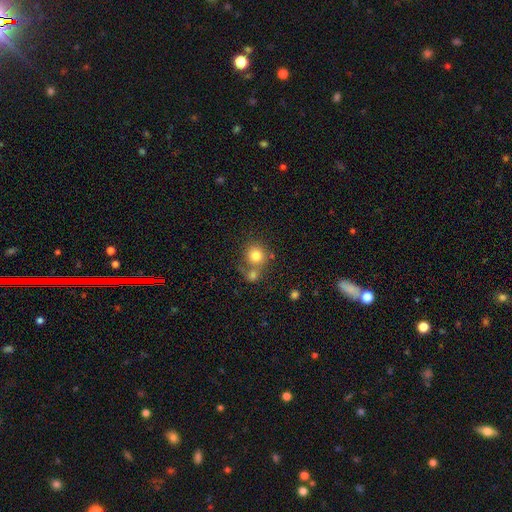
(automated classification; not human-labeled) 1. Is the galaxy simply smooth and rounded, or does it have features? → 78% smooth, 11% star or artifact, 10% featured or disk.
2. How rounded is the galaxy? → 88% round, 11% in between, 1% cigar-shaped.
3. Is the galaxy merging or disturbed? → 54% none, 32% merger, 10% minor disturbance, 5% major disturbance.